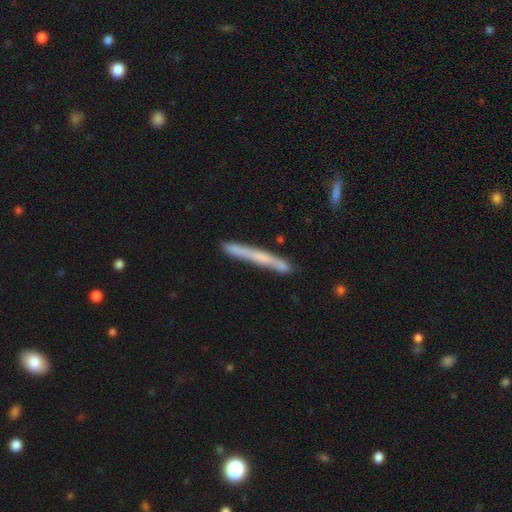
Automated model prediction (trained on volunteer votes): Smooth or featured?
  - smooth: 48% *
  - featured or disk: 45%
  - star or artifact: 7%
Merging?
  - none: 81% *
  - minor disturbance: 14%
  - merger: 3%
  - major disturbance: 3%